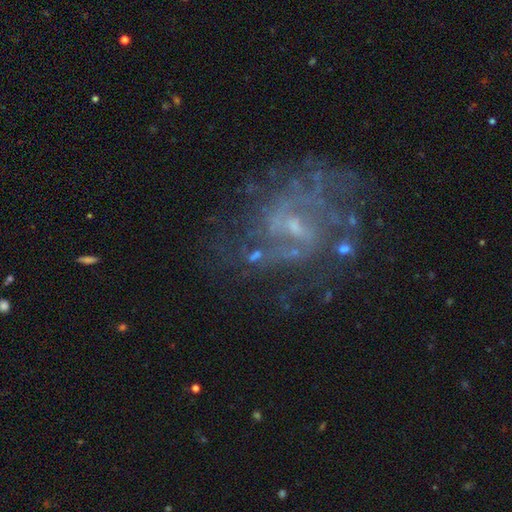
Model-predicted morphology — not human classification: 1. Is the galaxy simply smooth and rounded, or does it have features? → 79% featured or disk, 12% star or artifact, 9% smooth.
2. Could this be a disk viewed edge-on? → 98% no, 2% yes.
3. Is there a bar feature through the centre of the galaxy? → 49% weak, 40% no, 11% strong.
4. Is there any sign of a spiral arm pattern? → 73% yes, 27% no.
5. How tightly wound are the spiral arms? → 42% medium, 31% loose, 27% tight.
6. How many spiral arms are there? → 40% can't tell, 34% 2, 10% 3, 6% 1, 5% 4, 4% more than 4.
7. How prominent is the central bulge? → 65% small, 19% moderate, 13% none, 1% large, 1% dominant.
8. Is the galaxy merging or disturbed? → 58% none, 20% major disturbance, 18% minor disturbance, 4% merger.